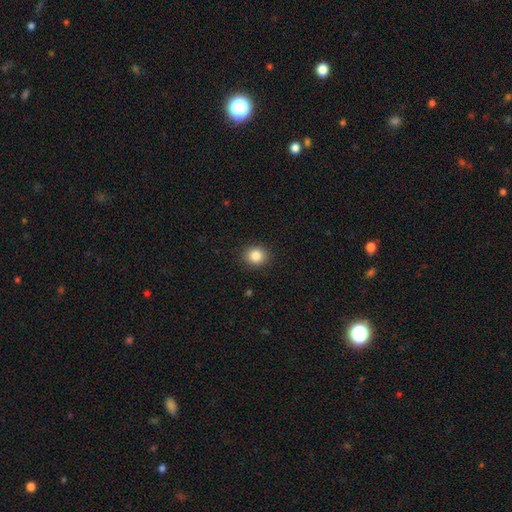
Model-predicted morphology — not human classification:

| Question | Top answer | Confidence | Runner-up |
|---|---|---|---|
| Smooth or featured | smooth | 85% | star or artifact (10%) |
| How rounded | round | 82% | in between (17%) |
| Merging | none | 90% | minor disturbance (7%) |